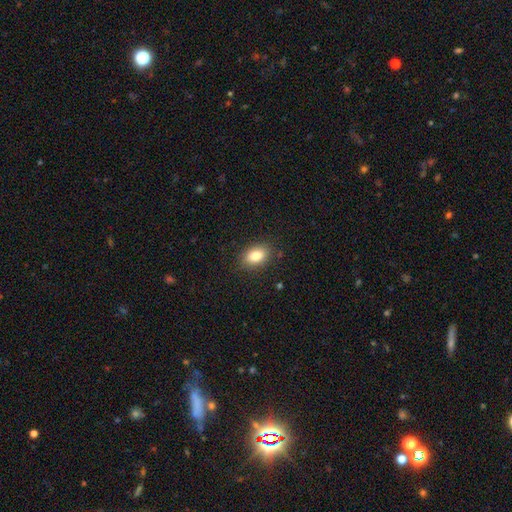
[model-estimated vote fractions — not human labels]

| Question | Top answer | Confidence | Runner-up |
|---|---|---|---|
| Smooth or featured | smooth | 83% | featured or disk (9%) |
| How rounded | in between | 86% | round (12%) |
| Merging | none | 86% | minor disturbance (10%) |